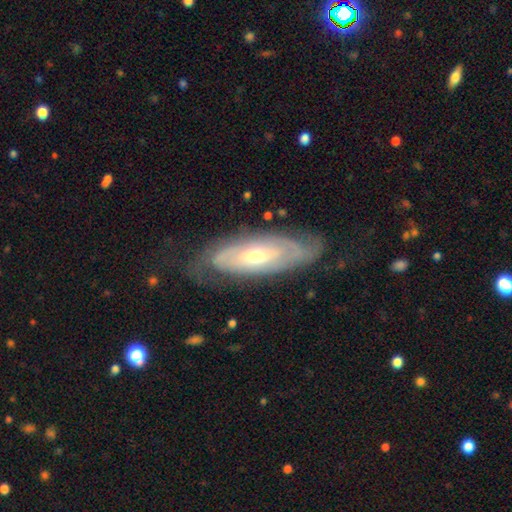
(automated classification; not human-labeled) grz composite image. It shows a featured or disk galaxy (76%) with no bar (70%), tight (71%) spiral arms (81%) and a moderate central bulge (56%). Merging: none (72%).